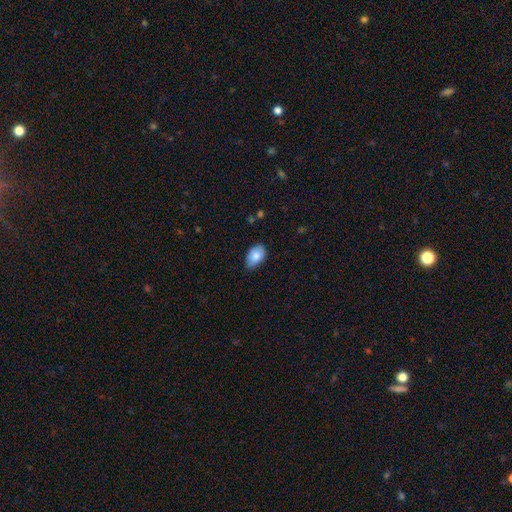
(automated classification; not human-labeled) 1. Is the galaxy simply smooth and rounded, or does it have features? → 81% smooth, 12% featured or disk, 7% star or artifact.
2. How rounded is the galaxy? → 87% in between, 11% round, 1% cigar-shaped.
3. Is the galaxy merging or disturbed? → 62% none, 33% minor disturbance, 4% major disturbance, 1% merger.